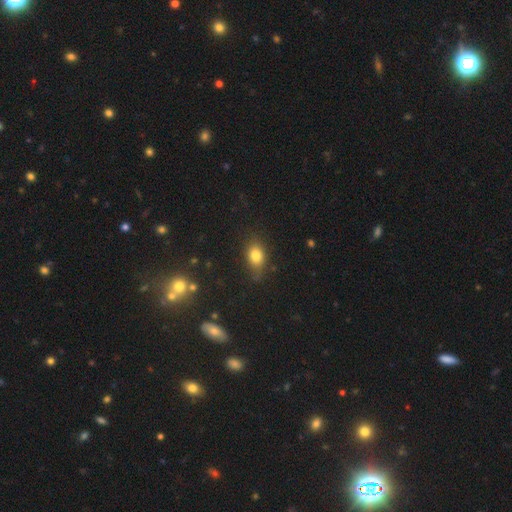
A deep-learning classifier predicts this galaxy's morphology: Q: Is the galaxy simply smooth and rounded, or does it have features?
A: smooth — 79%.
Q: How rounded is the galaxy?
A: in between — 70%.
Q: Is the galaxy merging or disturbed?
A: none — 69%.